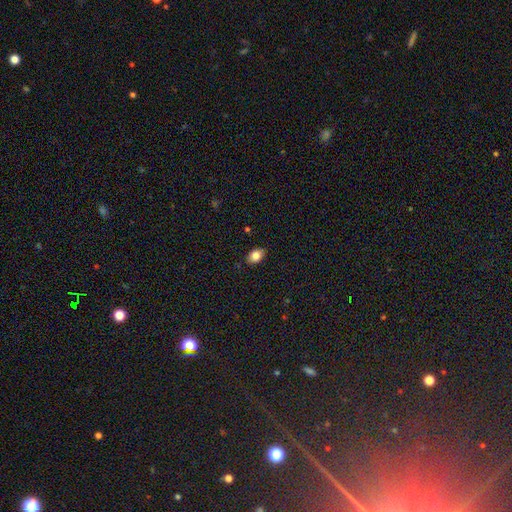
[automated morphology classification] Smooth or featured?
  - smooth: 84% *
  - star or artifact: 9%
  - featured or disk: 8%
How rounded?
  - in between: 84% *
  - round: 14%
  - cigar-shaped: 1%
Merging?
  - none: 86% *
  - minor disturbance: 11%
  - major disturbance: 2%
  - merger: 1%